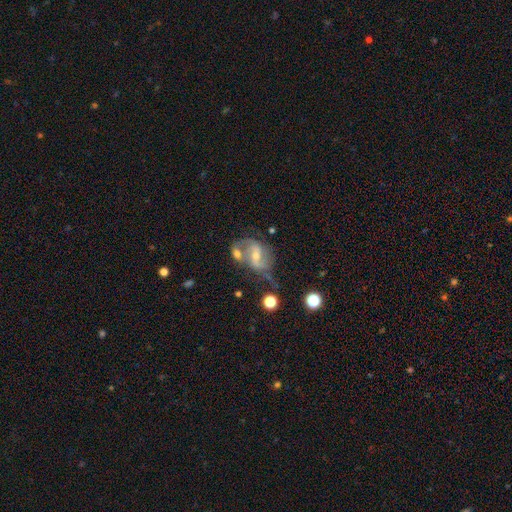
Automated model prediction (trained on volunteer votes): A featured or disk galaxy (79%) with a weak bar (46%), 2 (84%) medium (46%) spiral arms (90%) and a small central bulge (48%).

Vote fractions:
- Smooth or featured? featured or disk: 79% / smooth: 13% / star or artifact: 8%
- Edge-on disk? no: 96% / yes: 4%
- Bar? weak: 46% / strong: 37% / no: 17%
- Spiral arms? yes: 90% / no: 10%
- Spiral winding? medium: 46% / loose: 40% / tight: 14%
- Spiral arm count? 2: 84% / can't tell: 7% / 1: 5% / 3: 2% / 4: 1% / more than 4: 1%
- Bulge size? small: 48% / moderate: 45% / none: 3% / large: 2% / dominant: 1%
- Merging? none: 40% / merger: 27% / minor disturbance: 19% / major disturbance: 14%